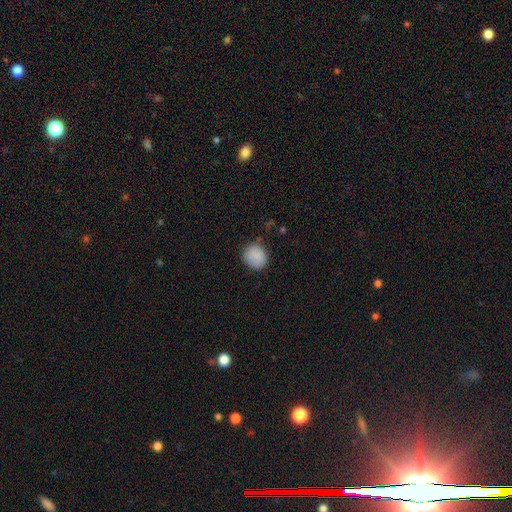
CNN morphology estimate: type=smooth (87%); roundness=round (77%); merging=none (81%).